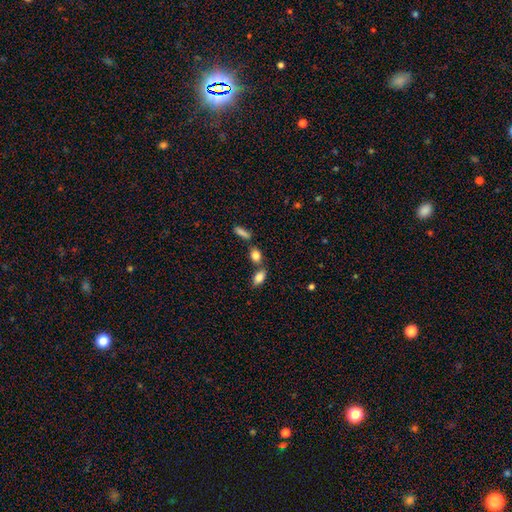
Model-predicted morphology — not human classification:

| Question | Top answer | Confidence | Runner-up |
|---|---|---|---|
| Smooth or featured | smooth | 84% | star or artifact (9%) |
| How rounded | in between | 71% | round (21%) |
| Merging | none | 61% | merger (24%) |